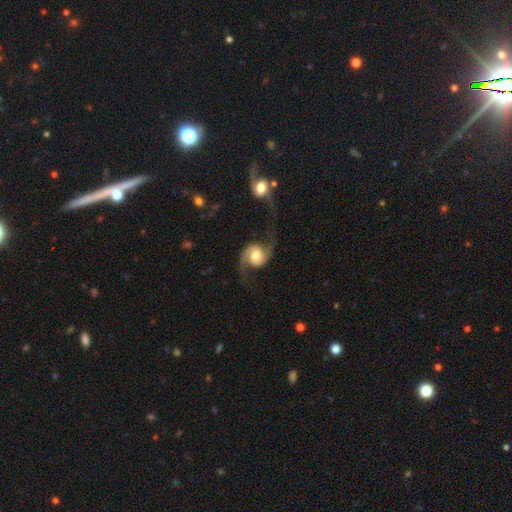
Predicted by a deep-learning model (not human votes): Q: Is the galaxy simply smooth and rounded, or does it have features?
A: featured or disk — 83%.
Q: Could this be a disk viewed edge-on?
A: no — 98%.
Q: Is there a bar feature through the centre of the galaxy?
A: no — 62%.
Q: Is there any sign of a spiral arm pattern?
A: yes — 96%.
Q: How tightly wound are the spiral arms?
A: loose — 62%.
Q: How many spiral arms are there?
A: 2 — 91%.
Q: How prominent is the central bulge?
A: moderate — 65%.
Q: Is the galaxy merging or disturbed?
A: none — 62%.